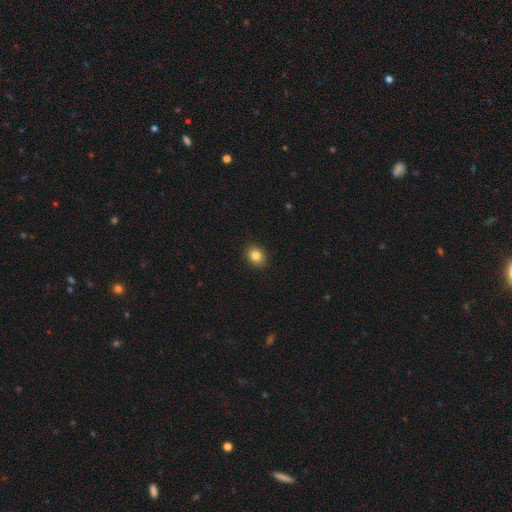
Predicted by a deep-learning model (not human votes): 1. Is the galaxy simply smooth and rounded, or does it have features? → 84% smooth, 10% star or artifact, 6% featured or disk.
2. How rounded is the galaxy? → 52% in between, 47% round, 1% cigar-shaped.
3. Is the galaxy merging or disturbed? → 90% none, 7% minor disturbance, 2% major disturbance, 1% merger.